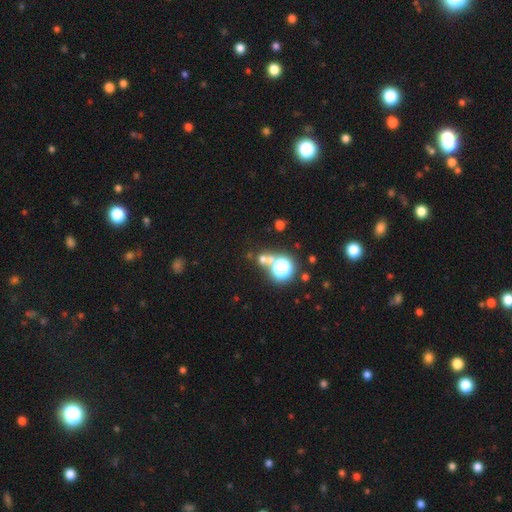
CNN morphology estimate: The model was most divided on "smooth or featured": star or artifact: 63%, smooth: 28%, featured or disk: 9%.